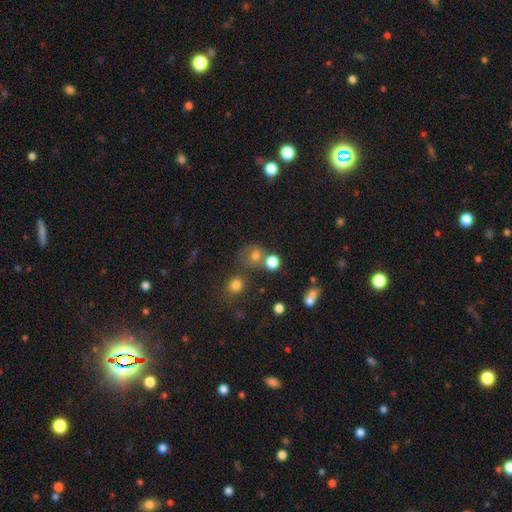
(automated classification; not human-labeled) Smooth or featured? Predicted: smooth (p=0.71). How rounded? Predicted: round (p=0.75). Merging? Predicted: none (p=0.55).